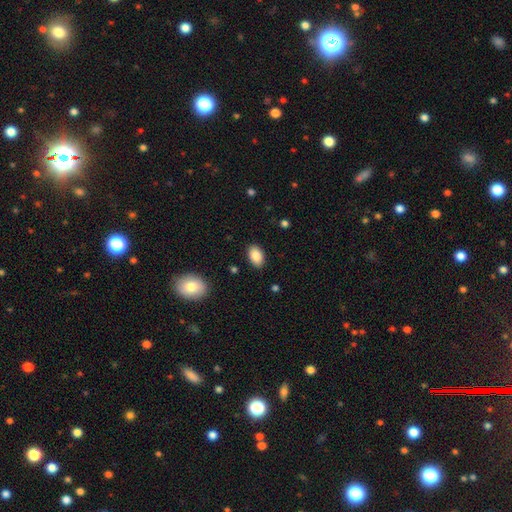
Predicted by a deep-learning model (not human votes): This is clearly a smooth galaxy (86%). How rounded: clearly in between (91%). Merging: clearly none (88%).